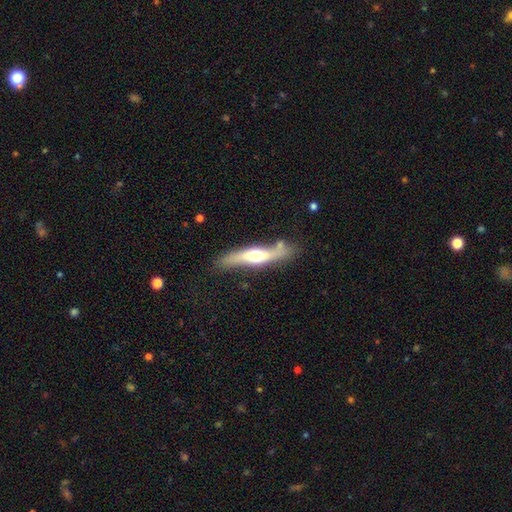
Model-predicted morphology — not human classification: Overall: featured or disk (57%; smooth 38%). Edge-on disk: yes (82%). Merging: none (68%).